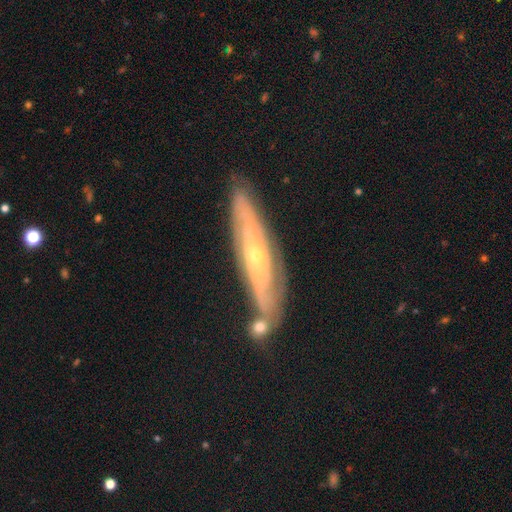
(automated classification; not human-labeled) This is likely a featured or disk galaxy (76%). It is possibly not viewed edge-on (54%). Merging: likely none (76%).